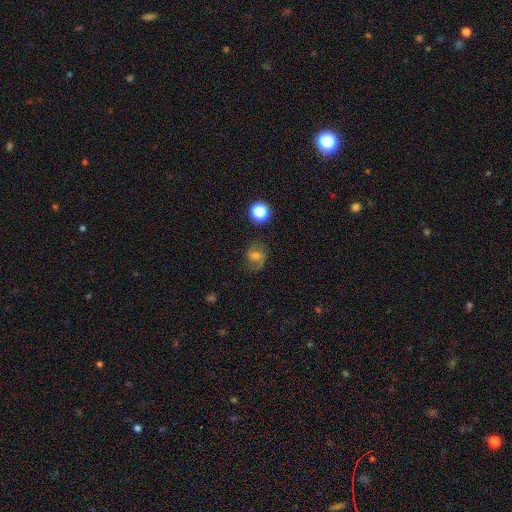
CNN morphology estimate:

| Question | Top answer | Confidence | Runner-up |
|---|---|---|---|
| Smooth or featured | smooth | 46% | featured or disk (38%) |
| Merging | none | 62% | minor disturbance (22%) |